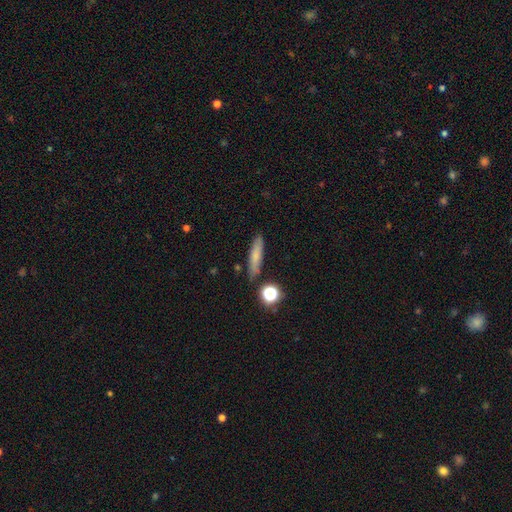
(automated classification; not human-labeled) smooth-or-featured: smooth: 72% | featured or disk: 18% | star or artifact: 10%
  how-rounded: cigar-shaped: 79% | in between: 17% | round: 4%
  merging: none: 82% | minor disturbance: 11% | merger: 4% | major disturbance: 3%